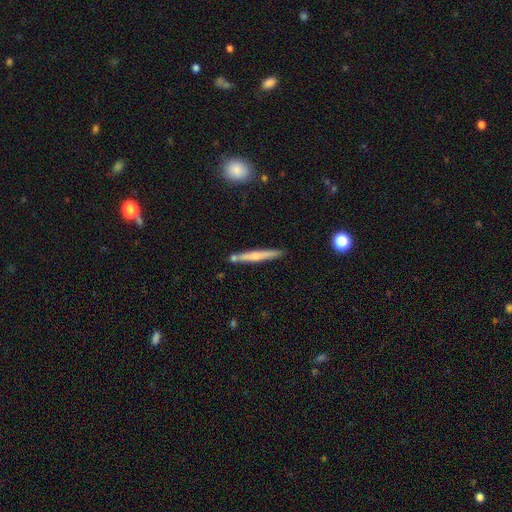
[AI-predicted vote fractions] The model was most divided on "smooth or featured": smooth: 47%, featured or disk: 46%, star or artifact: 6%. More confident: merging — none (79%).